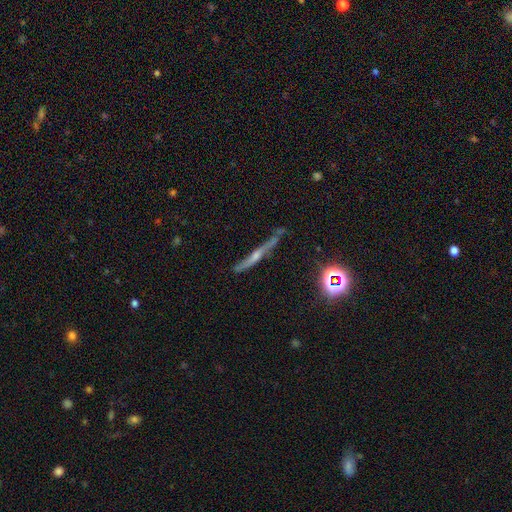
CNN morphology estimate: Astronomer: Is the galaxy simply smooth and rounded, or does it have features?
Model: featured or disk — 67%.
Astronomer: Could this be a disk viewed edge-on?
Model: yes — 94%.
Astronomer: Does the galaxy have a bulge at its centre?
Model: rounded — 69%.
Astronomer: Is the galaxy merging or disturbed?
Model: none — 75%.